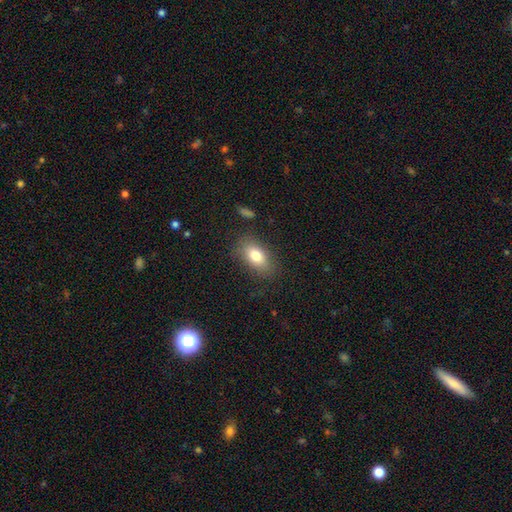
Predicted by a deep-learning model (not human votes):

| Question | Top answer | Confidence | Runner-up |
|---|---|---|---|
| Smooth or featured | smooth | 79% | featured or disk (12%) |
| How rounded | in between | 87% | round (8%) |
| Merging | none | 81% | minor disturbance (13%) |